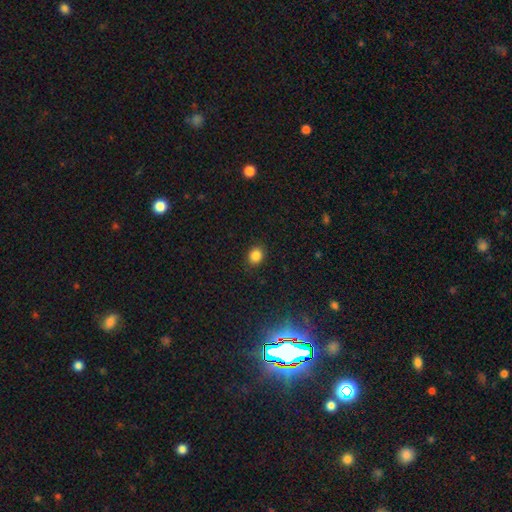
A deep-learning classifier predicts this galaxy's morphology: Smooth or featured: smooth — 84% (star or artifact — 12%)
How rounded: round — 62% (in between — 37%)
Merging: none — 88% (minor disturbance — 8%)